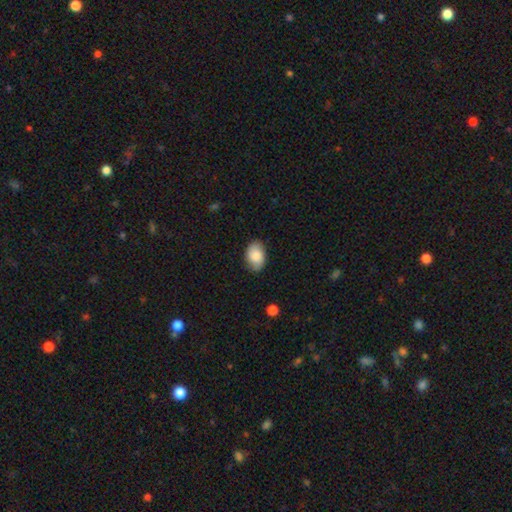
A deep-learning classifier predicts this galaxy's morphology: Smooth or featured? smooth (78%)
How rounded? in between (86%)
Merging? none (80%)